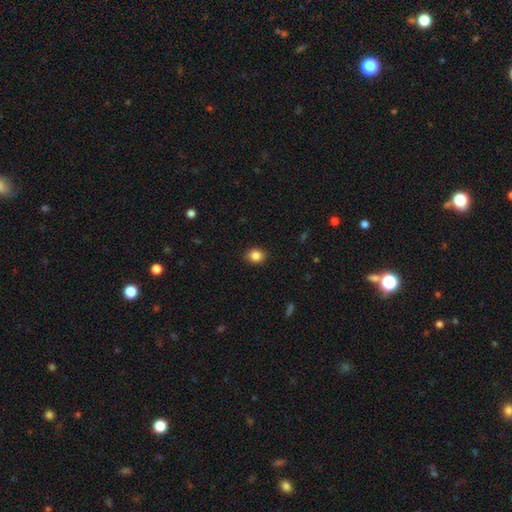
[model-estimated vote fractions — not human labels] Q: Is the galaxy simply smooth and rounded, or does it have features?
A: smooth — 86%.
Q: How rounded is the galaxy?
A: round — 60%.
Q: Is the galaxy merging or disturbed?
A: none — 91%.